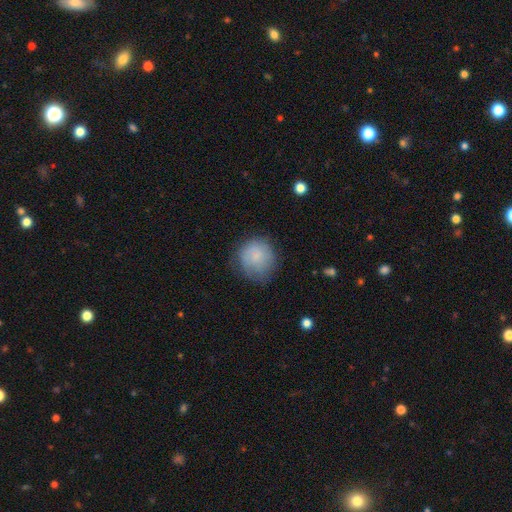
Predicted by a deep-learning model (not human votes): Smooth or featured? smooth (81%)
How rounded? round (87%)
Merging? none (66%)